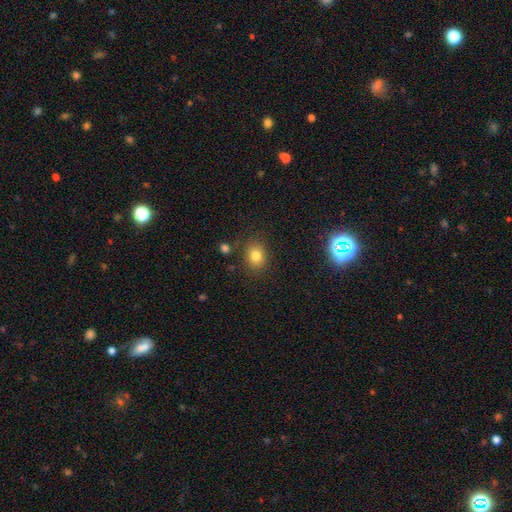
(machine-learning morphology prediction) This appears to be a smooth galaxy with no disk features (81%) that is round (55%). Merging: none (83%).